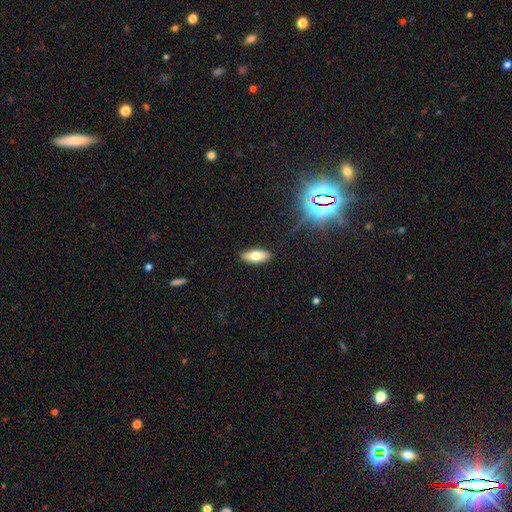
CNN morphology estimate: A smooth galaxy with no disk features (63%) that is in between round and cigar-shaped (69%).

Vote fractions:
- Smooth or featured? smooth: 63% / featured or disk: 28% / star or artifact: 9%
- How rounded? in between: 69% / cigar-shaped: 28% / round: 3%
- Merging? none: 89% / minor disturbance: 8% / major disturbance: 2% / merger: 1%